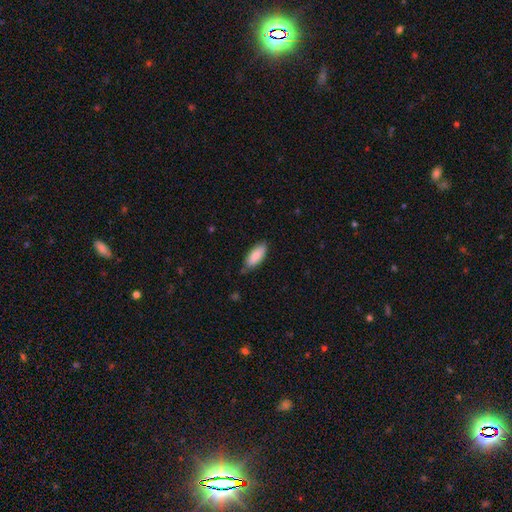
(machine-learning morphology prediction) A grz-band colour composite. It shows a smooth galaxy with no disk features (86%) that is in between round and cigar-shaped (79%). Merging: none (73%).